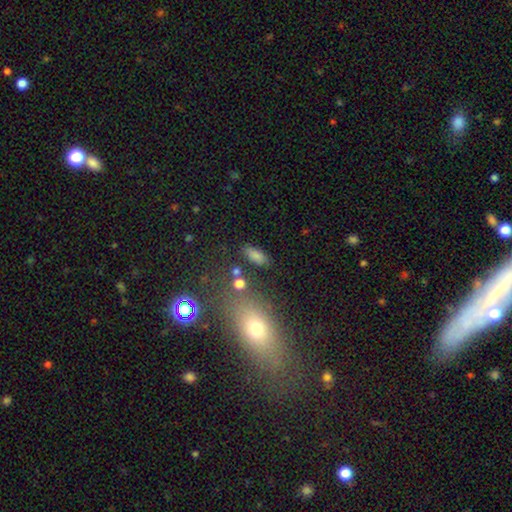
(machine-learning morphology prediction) Q: Smooth or featured?
A: smooth (80%); runner-up: star or artifact (12%)
Q: How rounded?
A: in between (80%); runner-up: cigar-shaped (14%)
Q: Merging?
A: none (79%); runner-up: minor disturbance (12%)